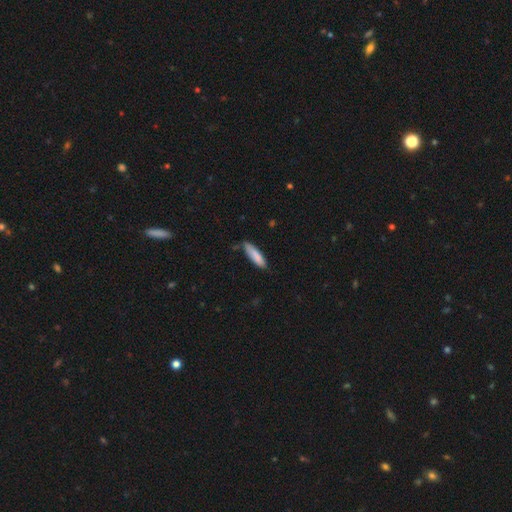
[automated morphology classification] Q: Smooth or featured?
A: smooth (85%); runner-up: featured or disk (10%)
Q: How rounded?
A: cigar-shaped (62%); runner-up: in between (36%)
Q: Merging?
A: none (67%); runner-up: minor disturbance (26%)